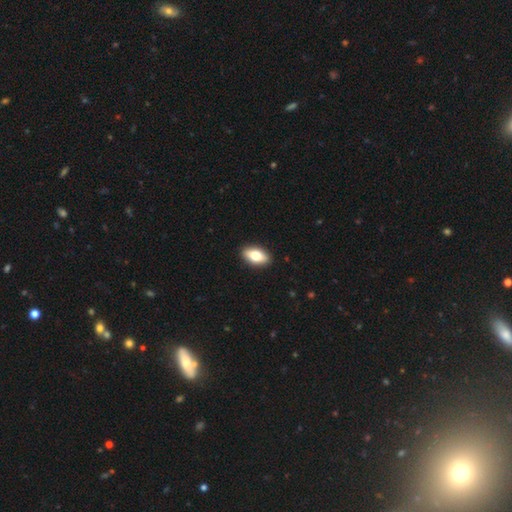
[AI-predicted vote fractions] Smooth or featured? smooth (75%)
How rounded? in between (90%)
Merging? none (91%)